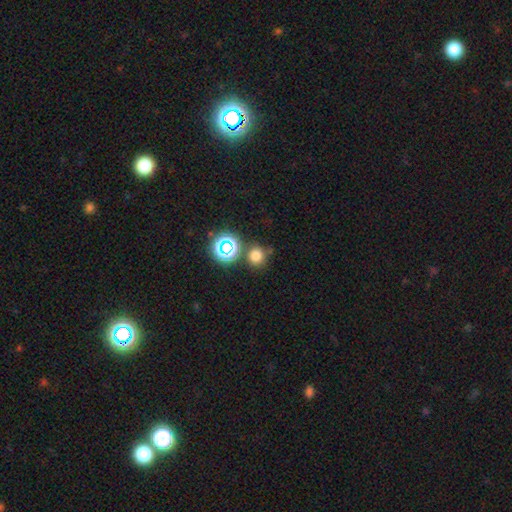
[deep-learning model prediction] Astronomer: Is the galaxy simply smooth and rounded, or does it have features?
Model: smooth — 72%.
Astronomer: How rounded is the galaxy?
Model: round — 88%.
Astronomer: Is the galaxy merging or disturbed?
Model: none — 74%.